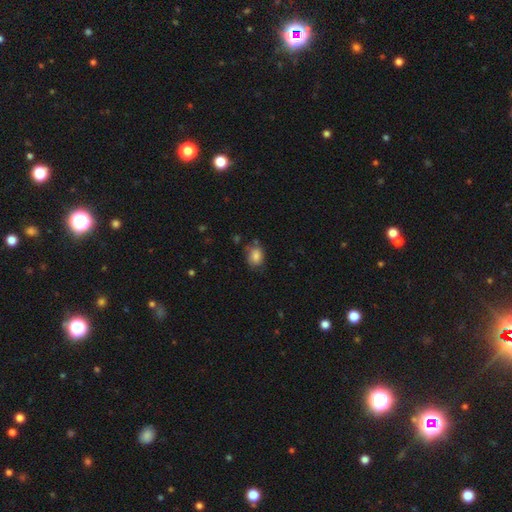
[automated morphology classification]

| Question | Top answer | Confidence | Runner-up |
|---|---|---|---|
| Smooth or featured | smooth | 78% | featured or disk (13%) |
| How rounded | in between | 61% | round (38%) |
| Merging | none | 62% | minor disturbance (26%) |